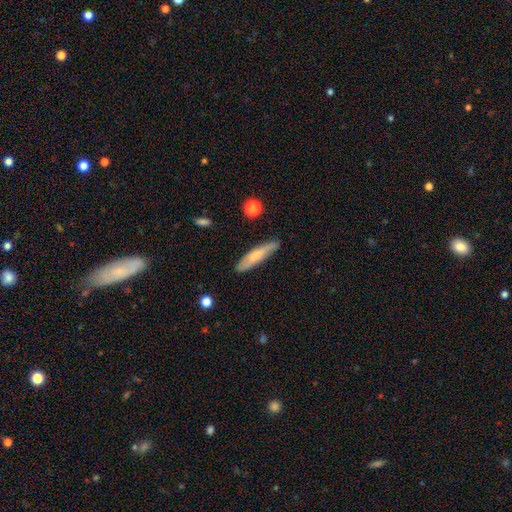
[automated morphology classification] This is likely a smooth galaxy (64%). How rounded: clearly cigar-shaped (80%). Merging: clearly none (83%).